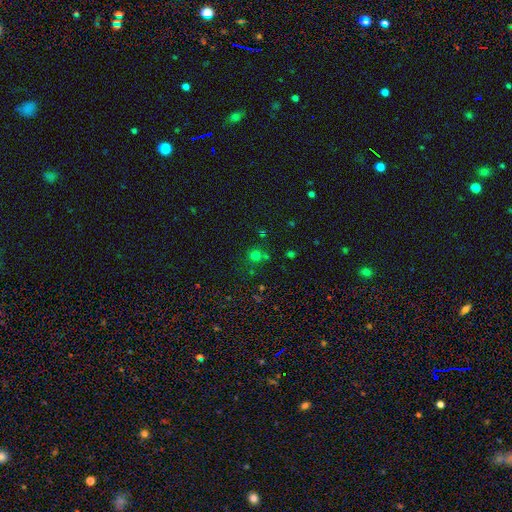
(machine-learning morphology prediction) This appears to be a smooth galaxy with no disk features (66%) that is round (90%). Merging: none (71%).